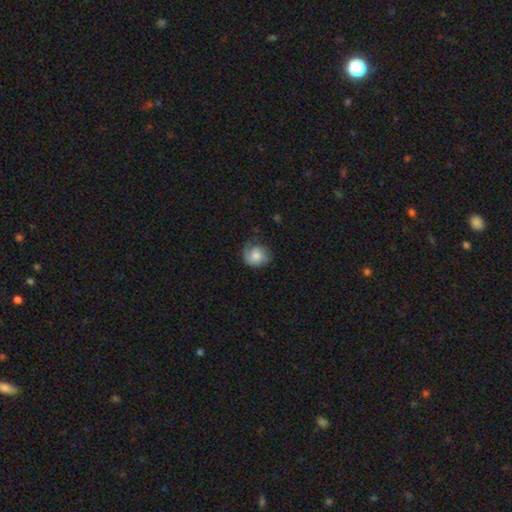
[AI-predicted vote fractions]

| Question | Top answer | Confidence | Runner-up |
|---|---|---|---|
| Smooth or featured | smooth | 56% | featured or disk (36%) |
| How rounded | round | 76% | in between (23%) |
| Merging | none | 58% | minor disturbance (27%) |